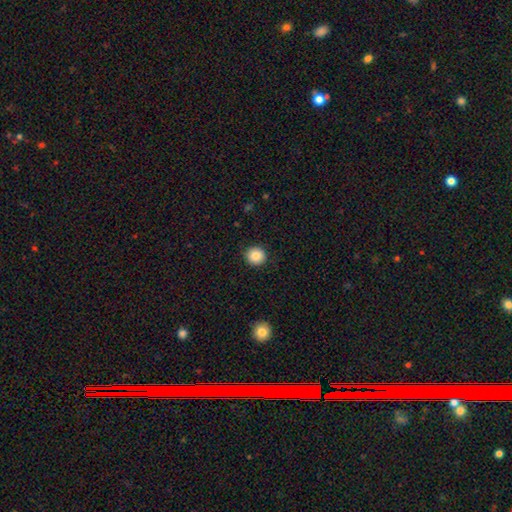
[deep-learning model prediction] Smooth or featured? smooth (88%)
How rounded? round (92%)
Merging? none (91%)